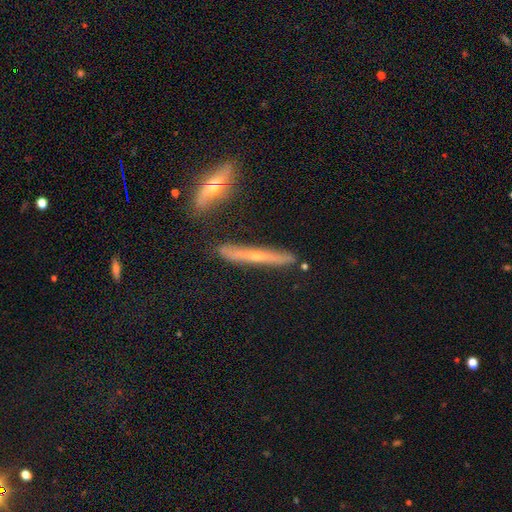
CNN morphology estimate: A featured or disk galaxy (60%) viewed edge-on (90%) with a rounded central bulge (79%). Merging: none (75%).